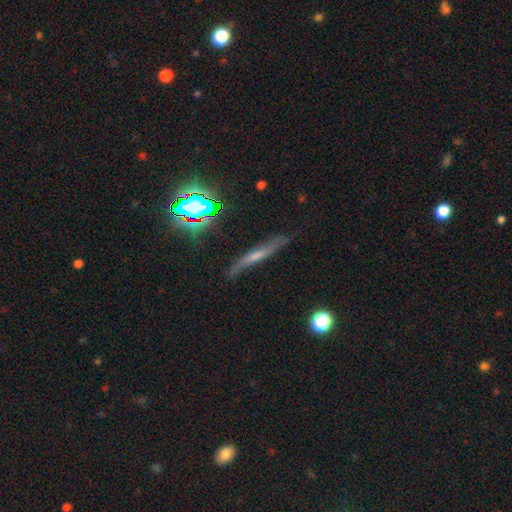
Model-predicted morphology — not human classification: The model was most divided on "smooth or featured": featured or disk: 53%, smooth: 32%, star or artifact: 15%. More confident: edge-on disk — yes (80%); merging — none (76%).